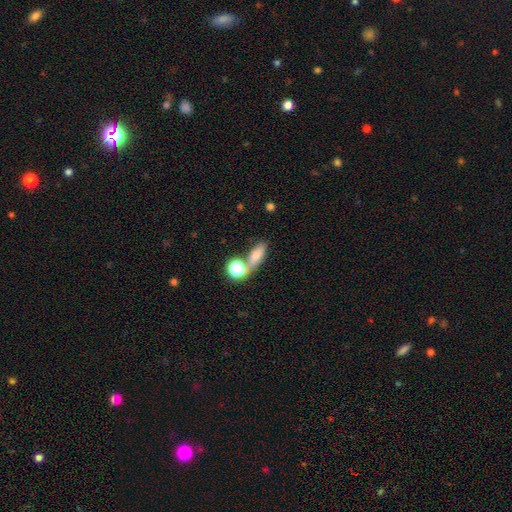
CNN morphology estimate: A smooth galaxy with no disk features (75%) that is in between round and cigar-shaped (63%).

Vote fractions:
- Smooth or featured? smooth: 75% / featured or disk: 13% / star or artifact: 12%
- How rounded? in between: 63% / cigar-shaped: 22% / round: 15%
- Merging? none: 47% / merger: 33% / minor disturbance: 13% / major disturbance: 7%